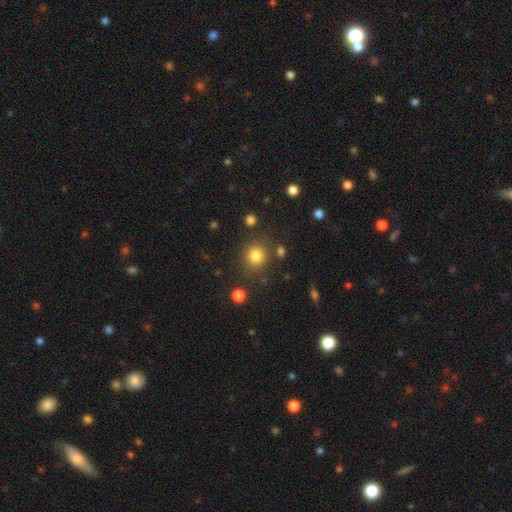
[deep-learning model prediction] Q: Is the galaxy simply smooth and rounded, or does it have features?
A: smooth — 82%.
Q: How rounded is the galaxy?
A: round — 89%.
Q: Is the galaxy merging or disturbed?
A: none — 83%.